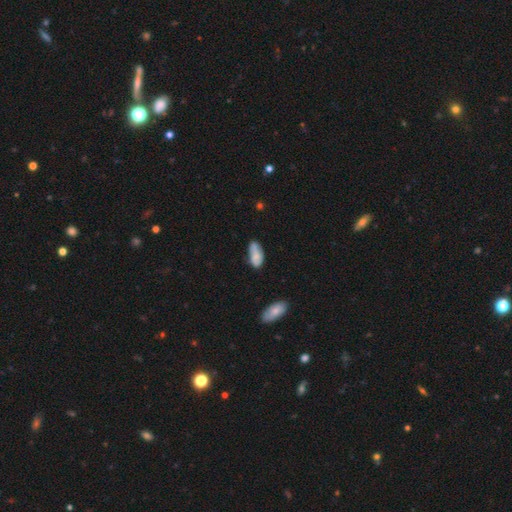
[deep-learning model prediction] This appears to be a smooth galaxy with no disk features (68%) that is in between round and cigar-shaped (88%). Merging: none (53%).